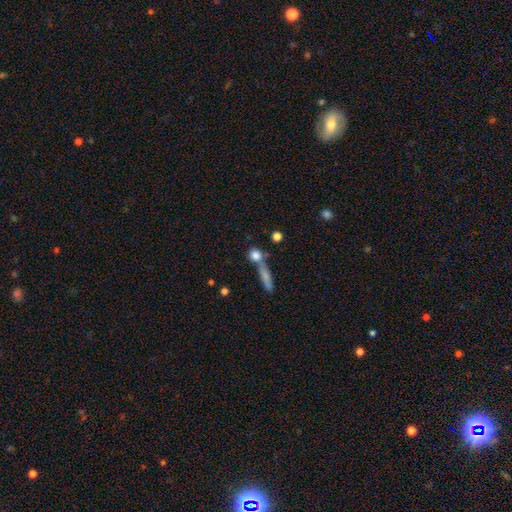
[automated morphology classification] type=smooth (80%); roundness=round (72%); merging=none (58%).